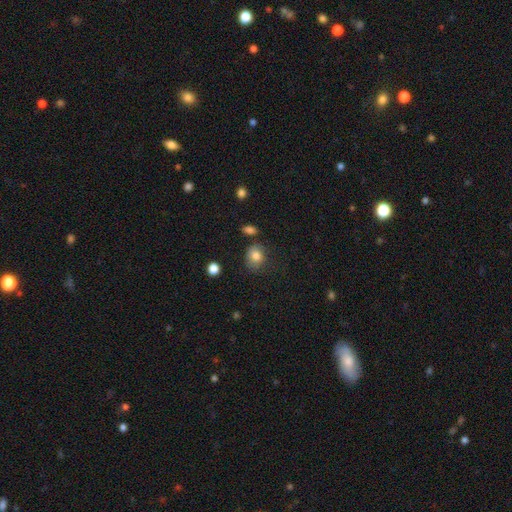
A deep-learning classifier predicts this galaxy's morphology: This appears to be a smooth galaxy with no disk features (82%) that is round (65%). Merging: none (64%).